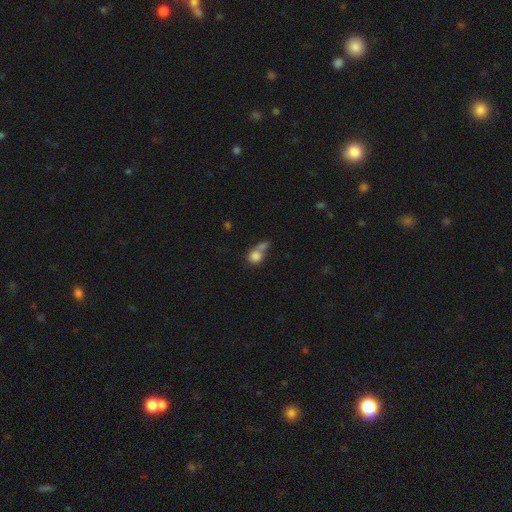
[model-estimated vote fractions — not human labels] A smooth galaxy with no disk features (79%) that is round (72%). Merging: merger (54%).